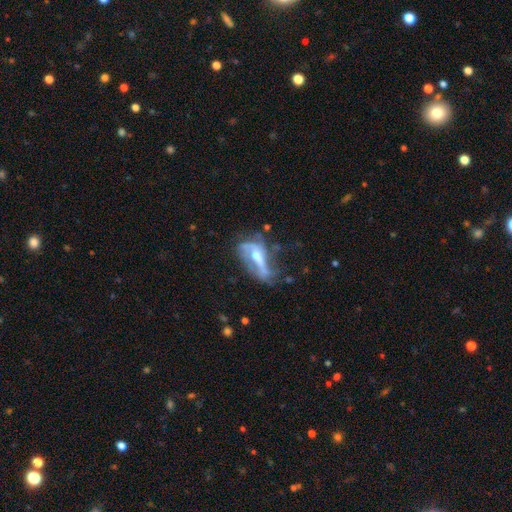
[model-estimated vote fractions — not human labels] Q: Smooth or featured?
A: featured or disk (71%); runner-up: smooth (21%)
Q: Edge-on disk?
A: no (82%); runner-up: yes (18%)
Q: Bar?
A: no (39%); runner-up: weak (33%)
Q: Spiral arms?
A: yes (58%); runner-up: no (42%)
Q: Bulge size?
A: moderate (60%); runner-up: small (27%)
Q: Merging?
A: major disturbance (36%); runner-up: none (33%)